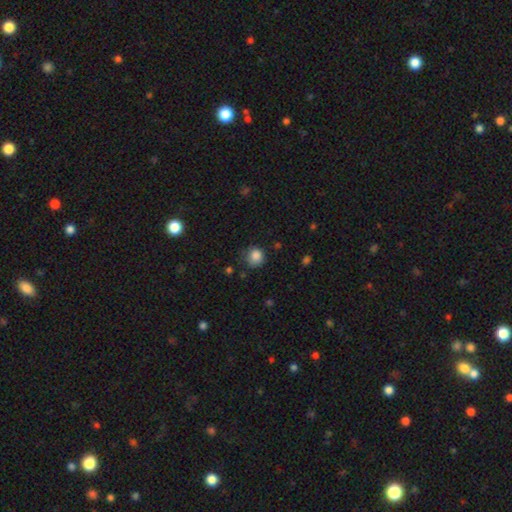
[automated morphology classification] This is clearly a smooth galaxy (84%). How rounded: clearly round (84%). Merging: likely none (64%).